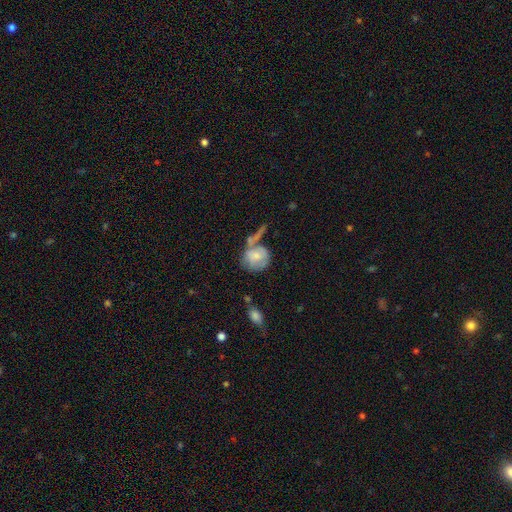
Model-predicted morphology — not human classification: Overall: smooth (61%; featured or disk 31%). How rounded: round (68%; in between 30%). Merging: none (33%; merger 29%).